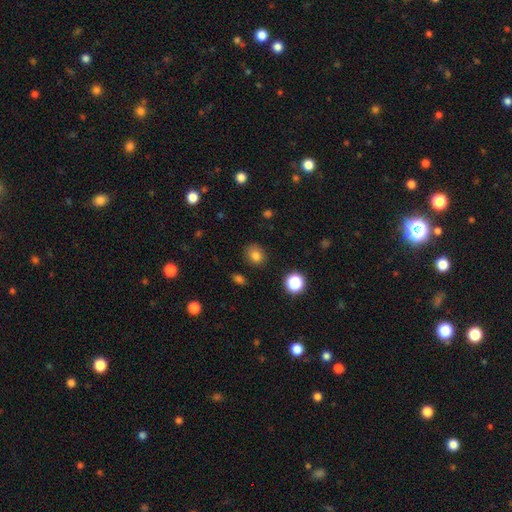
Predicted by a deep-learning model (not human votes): The model was most divided on "how rounded": round: 71%, in between: 28%, cigar-shaped: 1%. More confident: merging — none (82%); smooth or featured — smooth (80%).